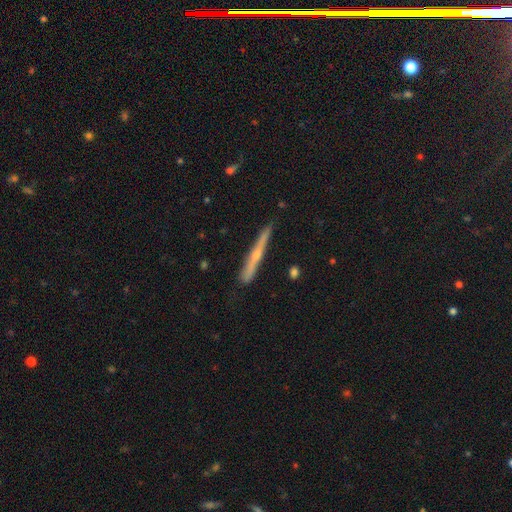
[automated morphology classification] A featured or disk galaxy (63%) viewed edge-on (96%) with a rounded central bulge (69%). Merging: none (83%).